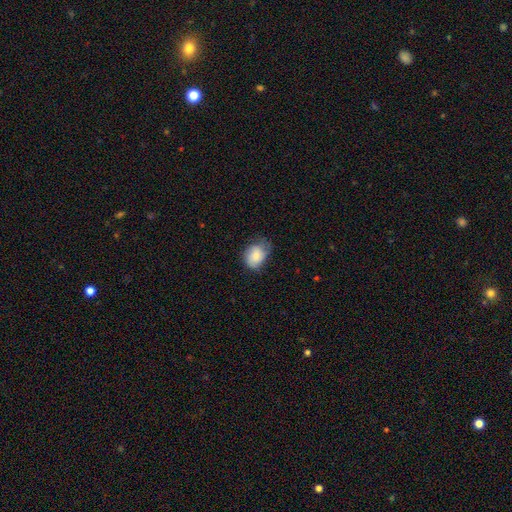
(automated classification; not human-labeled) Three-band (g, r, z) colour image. It shows a smooth galaxy with no disk features (75%) that is in between round and cigar-shaped (60%). Merging: none (52%).